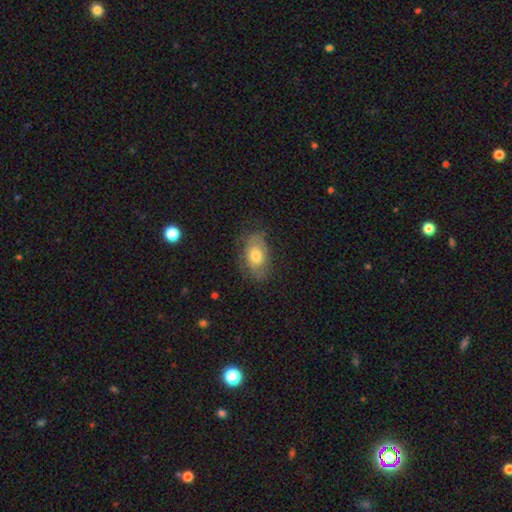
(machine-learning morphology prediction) Q: Smooth or featured?
A: smooth (59%); runner-up: featured or disk (33%)
Q: How rounded?
A: in between (89%); runner-up: round (9%)
Q: Merging?
A: none (71%); runner-up: minor disturbance (20%)